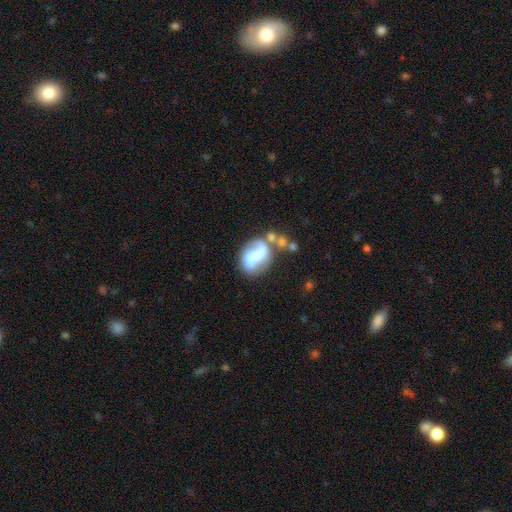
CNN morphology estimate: Smooth or featured? Predicted: featured or disk (p=0.58). Edge-on disk? Predicted: no (p=0.97). Bar? Predicted: strong (p=0.36). Spiral arms? Predicted: yes (p=0.71). Bulge size? Predicted: none (p=0.42). Merging? Predicted: none (p=0.38).